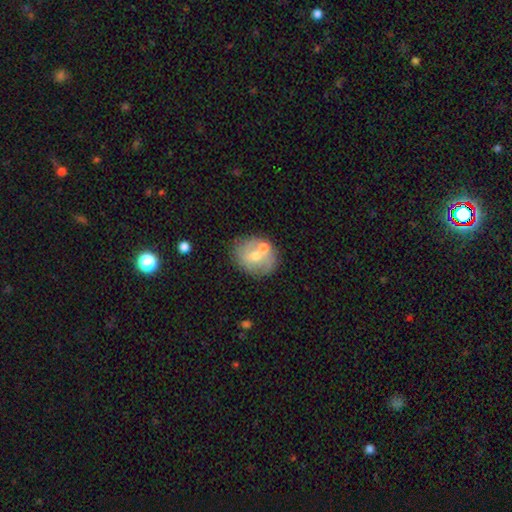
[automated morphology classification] Smooth or featured?
  - smooth: 50% *
  - featured or disk: 41%
  - star or artifact: 9%
How rounded?
  - round: 68% *
  - in between: 31%
  - cigar-shaped: 1%
Merging?
  - none: 58% *
  - merger: 22%
  - minor disturbance: 15%
  - major disturbance: 5%